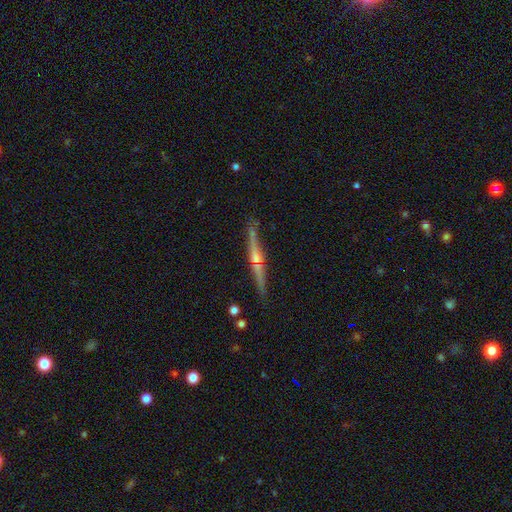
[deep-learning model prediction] Smooth or featured?
  - featured or disk: 71% *
  - smooth: 21%
  - star or artifact: 8%
Edge-on disk?
  - yes: 97% *
  - no: 3%
Edge-on bulge?
  - rounded: 69% *
  - none: 24%
  - boxy: 7%
Merging?
  - none: 83% *
  - minor disturbance: 10%
  - merger: 4%
  - major disturbance: 3%